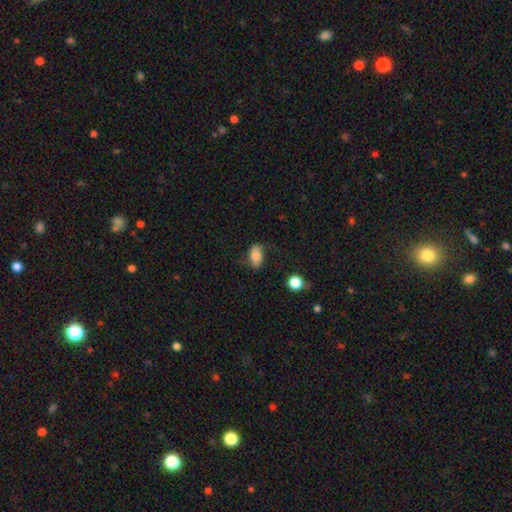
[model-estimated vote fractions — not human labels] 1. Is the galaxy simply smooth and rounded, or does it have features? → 66% smooth, 24% featured or disk, 9% star or artifact.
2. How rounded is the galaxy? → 87% in between, 11% round, 2% cigar-shaped.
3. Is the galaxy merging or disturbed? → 57% none, 27% minor disturbance, 13% major disturbance, 3% merger.